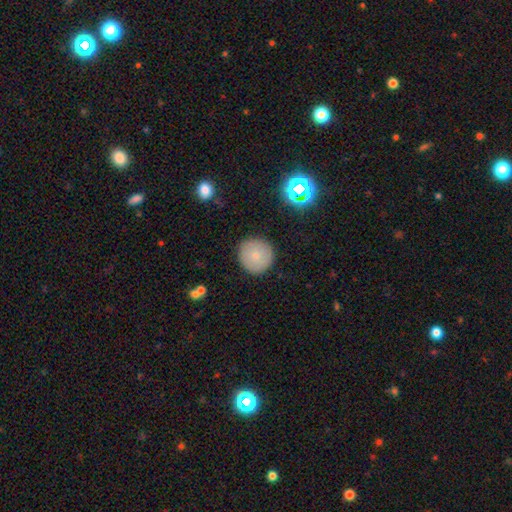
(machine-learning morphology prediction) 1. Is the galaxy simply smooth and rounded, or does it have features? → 77% smooth, 14% featured or disk, 10% star or artifact.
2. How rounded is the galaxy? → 94% round, 5% in between, 1% cigar-shaped.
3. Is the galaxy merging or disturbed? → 89% none, 8% minor disturbance, 2% major disturbance, 1% merger.